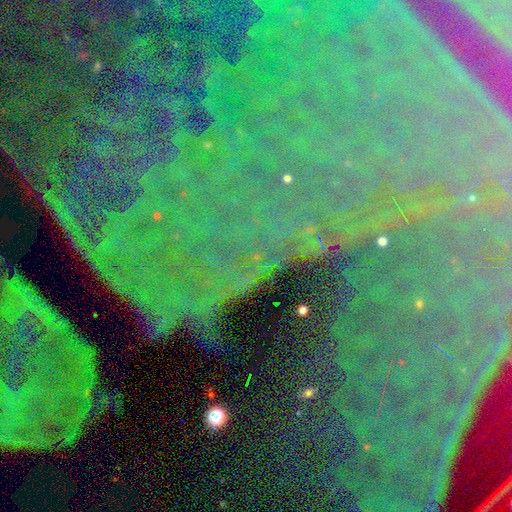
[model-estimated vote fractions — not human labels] smooth_or_featured: star or artifact (p=0.84) [alt: featured or disk p=0.08]